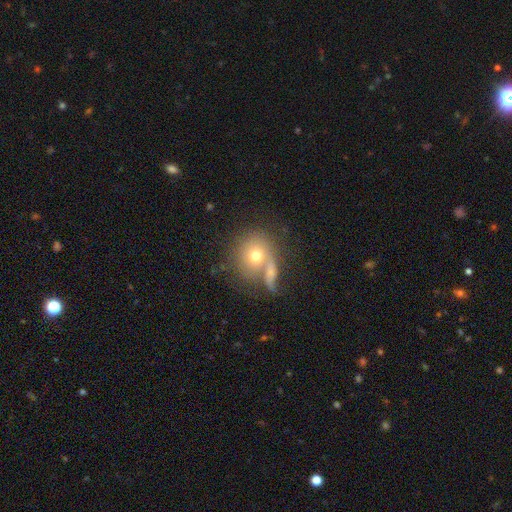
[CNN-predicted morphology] Smooth or featured? smooth (66%)
How rounded? round (82%)
Merging? none (44%)